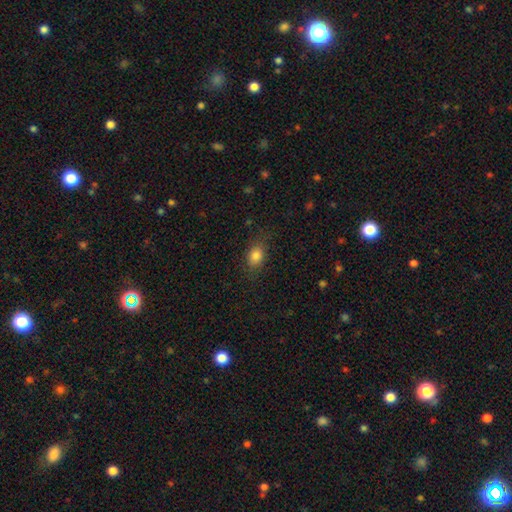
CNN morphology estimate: Smooth or featured? Predicted: smooth (p=0.84). How rounded? Predicted: in between (p=0.71). Merging? Predicted: none (p=0.79).